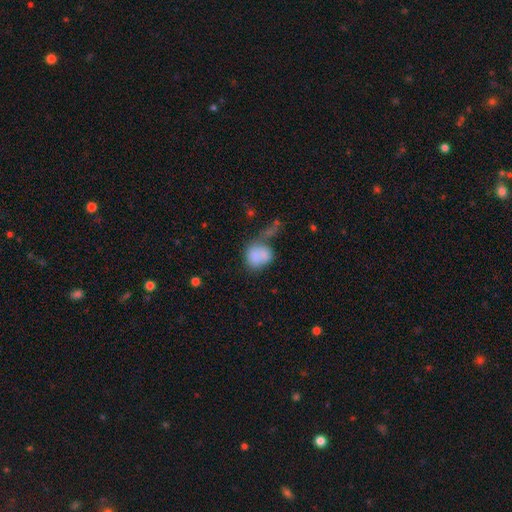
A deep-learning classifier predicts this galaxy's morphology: The model was most divided on "merging" (2-way tie): merger: 29%, none: 29%, major disturbance: 22%, minor disturbance: 20%. More confident: smooth or featured — smooth (78%); how rounded — round (54%).